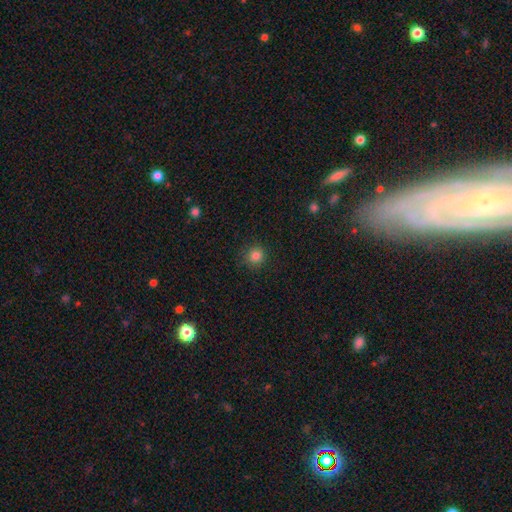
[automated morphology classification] Smooth or featured?
  - smooth: 83% *
  - star or artifact: 13%
  - featured or disk: 4%
How rounded?
  - round: 92% *
  - in between: 7%
  - cigar-shaped: 1%
Merging?
  - none: 88% *
  - minor disturbance: 8%
  - major disturbance: 3%
  - merger: 1%